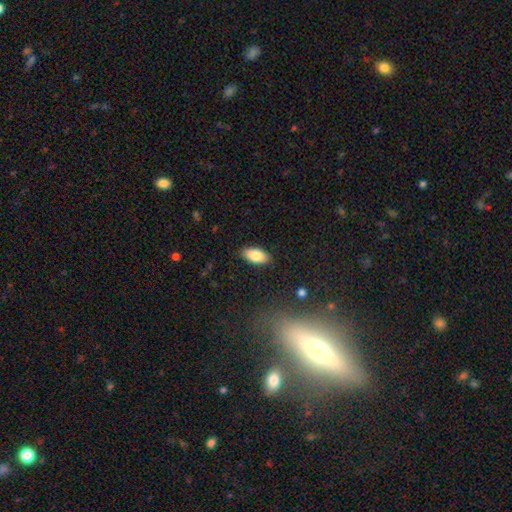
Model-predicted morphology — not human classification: This is clearly a smooth galaxy (84%). How rounded: clearly in between (92%). Merging: clearly none (88%).